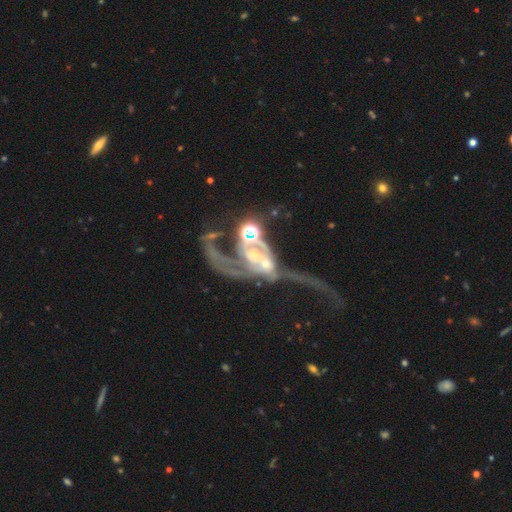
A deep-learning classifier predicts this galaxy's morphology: Smooth or featured? featured or disk (79%)
Edge-on disk? no (95%)
Bar? no (71%)
Spiral arms? yes (72%)
Spiral winding? loose (63%)
Spiral arm count? 2 (56%)
Bulge size? moderate (41%)
Merging? merger (61%)